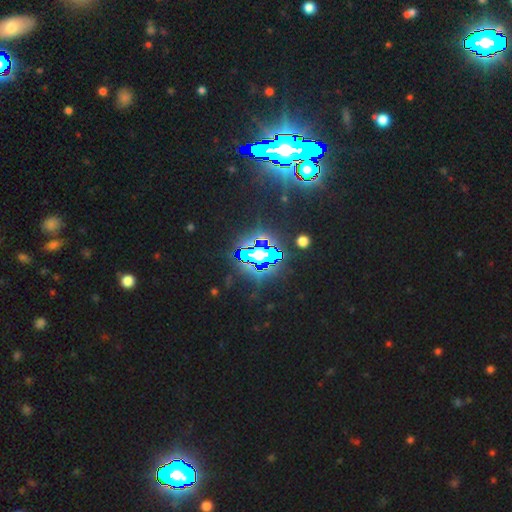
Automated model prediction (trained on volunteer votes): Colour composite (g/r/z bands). It shows a star or artifact, not a galaxy (79%).